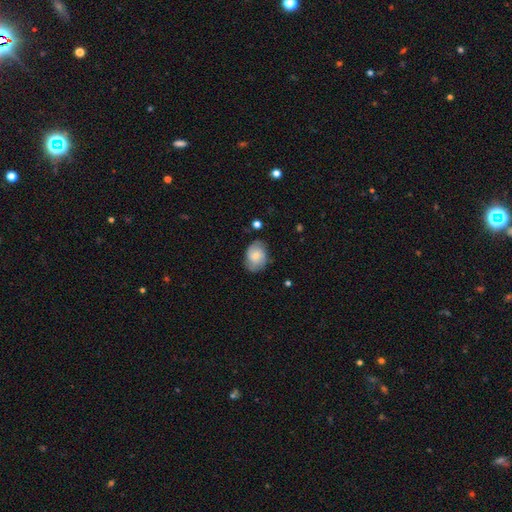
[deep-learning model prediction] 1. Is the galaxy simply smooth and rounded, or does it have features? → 49% smooth, 43% featured or disk, 8% star or artifact.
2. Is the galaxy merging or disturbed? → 74% none, 19% minor disturbance, 5% major disturbance, 2% merger.